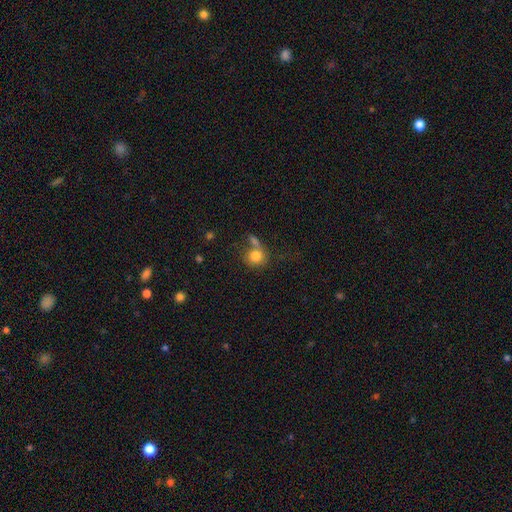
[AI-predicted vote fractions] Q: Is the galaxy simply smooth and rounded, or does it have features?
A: smooth — 80%.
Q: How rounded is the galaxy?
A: round — 80%.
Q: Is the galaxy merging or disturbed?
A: none — 45%.